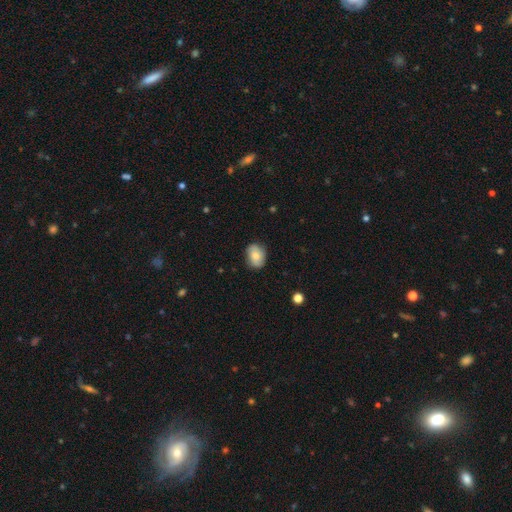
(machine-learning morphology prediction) Smooth or featured: smooth — 71% (featured or disk — 22%)
How rounded: in between — 67% (round — 31%)
Merging: none — 79% (minor disturbance — 17%)